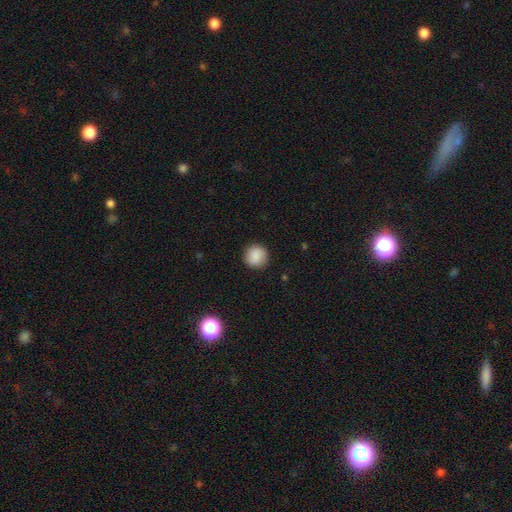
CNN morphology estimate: A smooth galaxy with no disk features (87%) that is round (93%).

Vote fractions:
- Smooth or featured? smooth: 87% / star or artifact: 8% / featured or disk: 5%
- How rounded? round: 93% / in between: 6% / cigar-shaped: 1%
- Merging? none: 89% / minor disturbance: 8% / major disturbance: 2% / merger: 1%